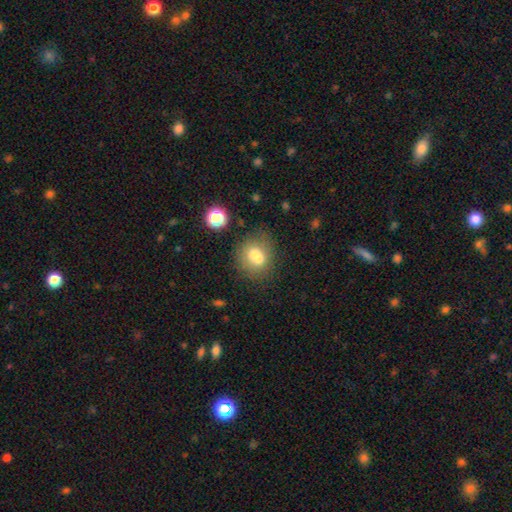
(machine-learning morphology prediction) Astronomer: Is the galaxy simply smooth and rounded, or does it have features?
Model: smooth — 67%.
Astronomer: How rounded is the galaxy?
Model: round — 66%.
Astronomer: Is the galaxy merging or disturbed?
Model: none — 43% (runner-up: merger, 38%).